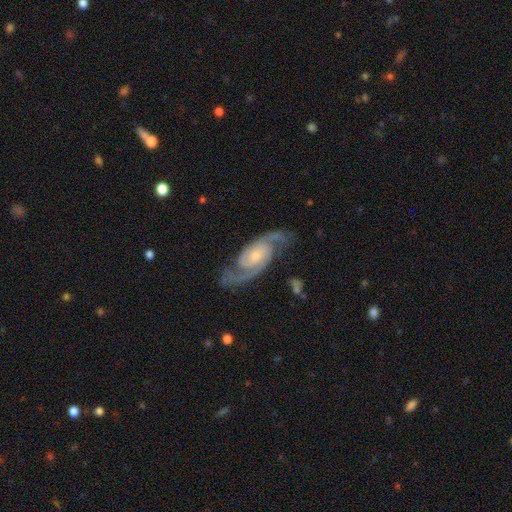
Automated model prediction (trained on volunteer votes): A featured or disk galaxy (92%) with no bar (61%), 2 (92%) medium (51%) spiral arms (98%) and a small central bulge (49%). Merging: none (77%).